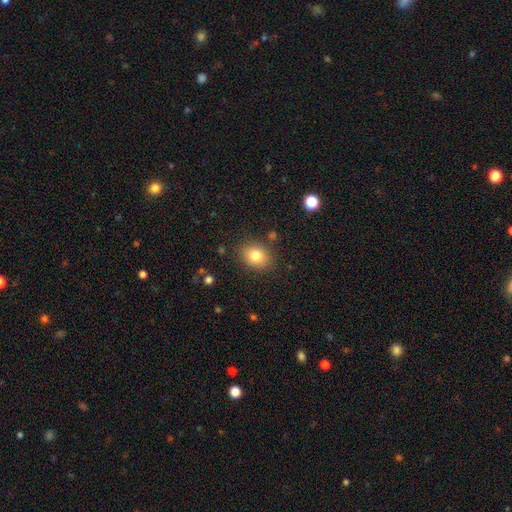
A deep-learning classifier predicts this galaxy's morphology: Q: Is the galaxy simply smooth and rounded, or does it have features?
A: smooth — 80%.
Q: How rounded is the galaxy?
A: in between — 51%.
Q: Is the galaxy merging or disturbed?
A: none — 85%.